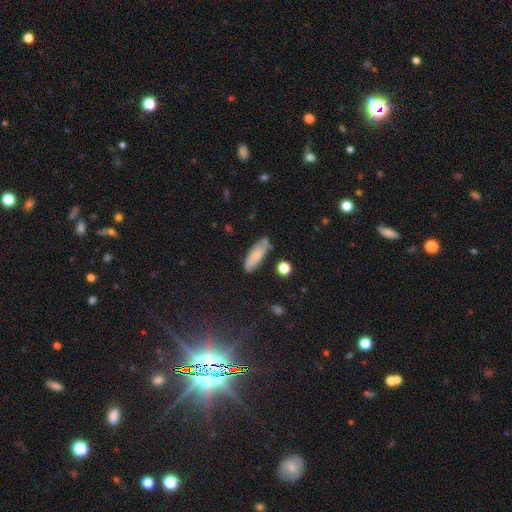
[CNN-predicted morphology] smooth 62%, featured or disk 30%, star or artifact 8%. Down the decision tree: how rounded — in between (65%); merging — none (72%).